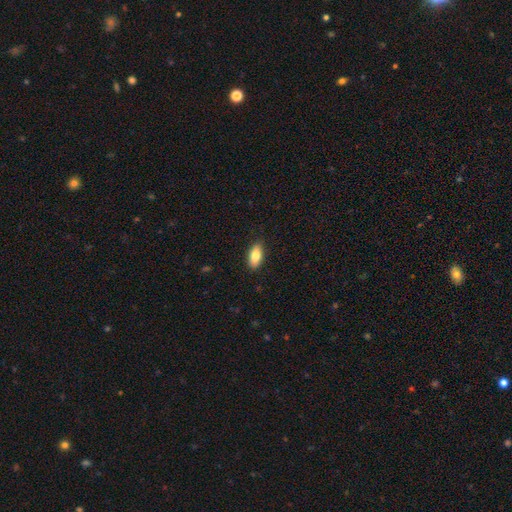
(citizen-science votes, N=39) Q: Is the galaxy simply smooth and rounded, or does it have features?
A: smooth — 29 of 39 (74%).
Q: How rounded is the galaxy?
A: in between — 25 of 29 (86%).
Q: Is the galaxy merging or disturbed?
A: none — 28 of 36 (78%).